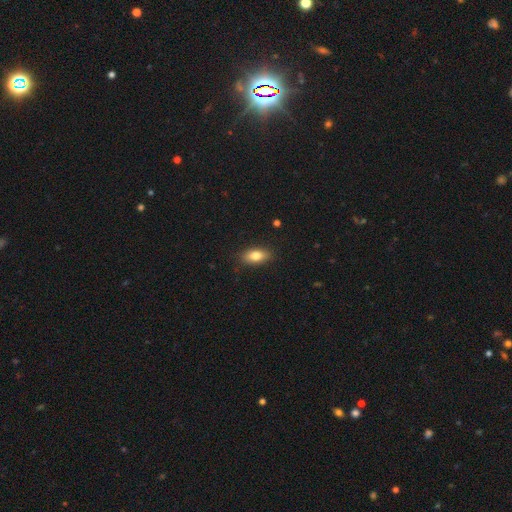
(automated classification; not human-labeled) A smooth galaxy with no disk features (79%) that is in between round and cigar-shaped (85%). Merging: none (86%).